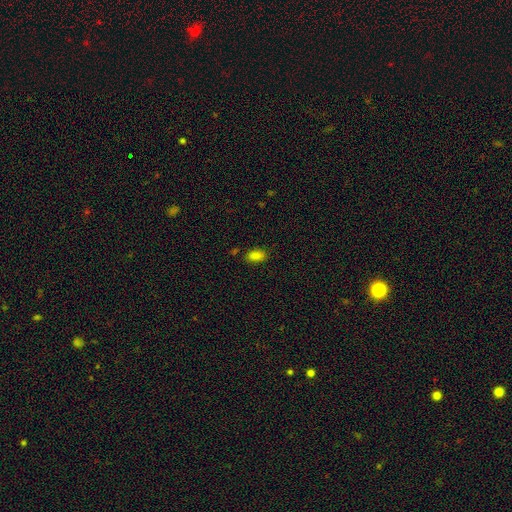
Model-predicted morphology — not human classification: Overall: smooth (83%). How rounded: in between (91%). Merging: none (82%).